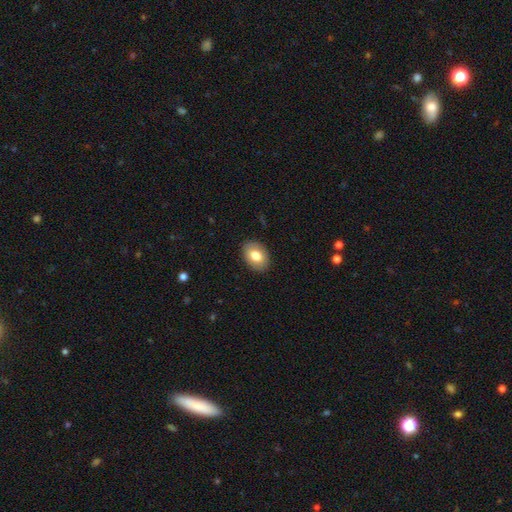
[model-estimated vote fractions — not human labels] A smooth galaxy with no disk features (78%) that is in between round and cigar-shaped (83%).

Vote fractions:
- Smooth or featured? smooth: 78% / featured or disk: 15% / star or artifact: 7%
- How rounded? in between: 83% / round: 16% / cigar-shaped: 1%
- Merging? none: 88% / minor disturbance: 9% / major disturbance: 2% / merger: 1%